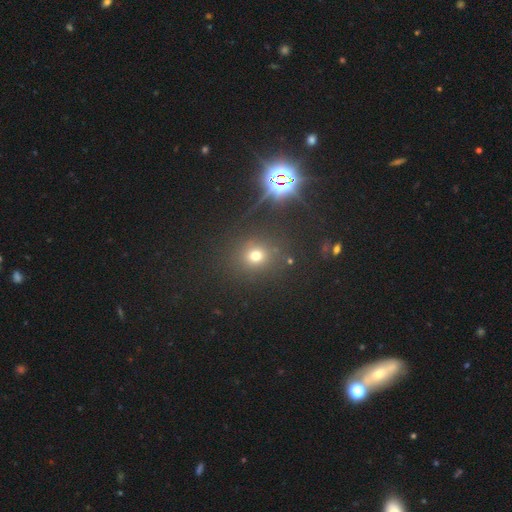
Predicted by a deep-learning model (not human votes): A smooth galaxy with no disk features (63%) that is round (85%). Merging: none (84%).